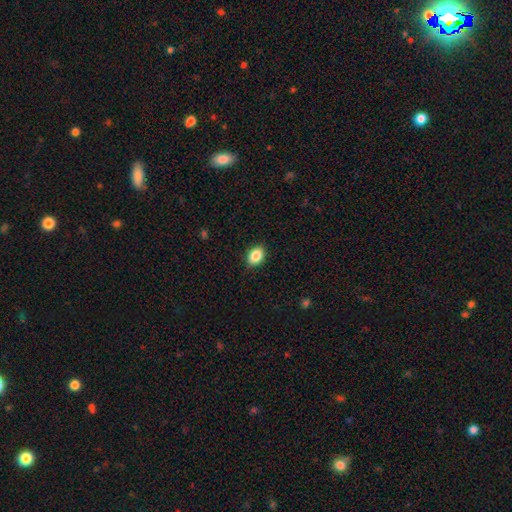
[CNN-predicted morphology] Smooth or featured? smooth (87%)
How rounded? in between (79%)
Merging? none (89%)